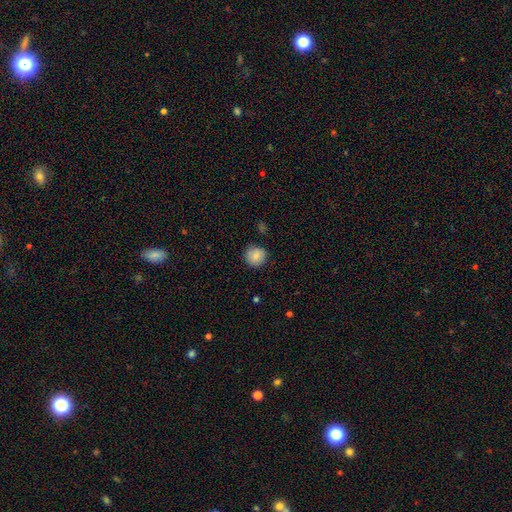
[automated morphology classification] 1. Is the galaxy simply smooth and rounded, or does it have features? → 83% smooth, 9% featured or disk, 9% star or artifact.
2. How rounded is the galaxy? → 93% round, 6% in between, 1% cigar-shaped.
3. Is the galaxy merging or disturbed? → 84% none, 12% minor disturbance, 2% major disturbance, 2% merger.